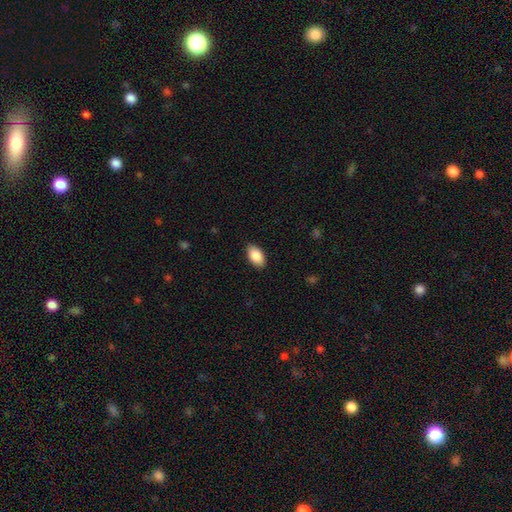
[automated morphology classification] Overall: smooth (88%). How rounded: in between (94%). Merging: none (88%).